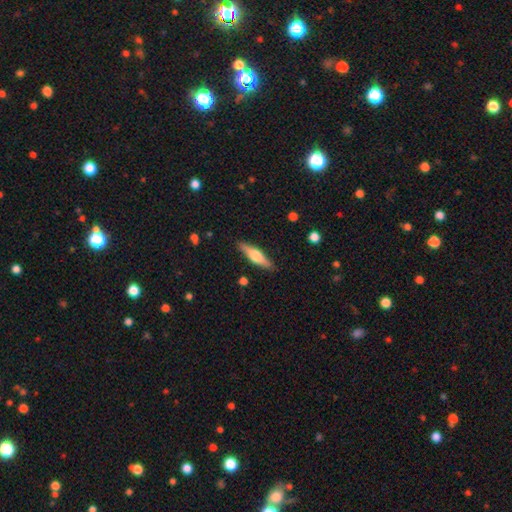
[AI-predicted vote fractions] Q: Smooth or featured?
A: featured or disk (53%); runner-up: smooth (42%)
Q: Edge-on disk?
A: yes (94%); runner-up: no (6%)
Q: Merging?
A: none (87%); runner-up: minor disturbance (9%)